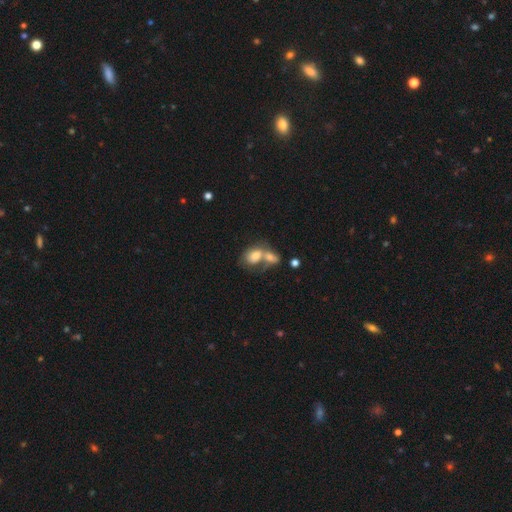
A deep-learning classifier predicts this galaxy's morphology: Q: Smooth or featured?
A: smooth (76%); runner-up: featured or disk (16%)
Q: How rounded?
A: in between (80%); runner-up: round (19%)
Q: Merging?
A: merger (65%); runner-up: none (20%)